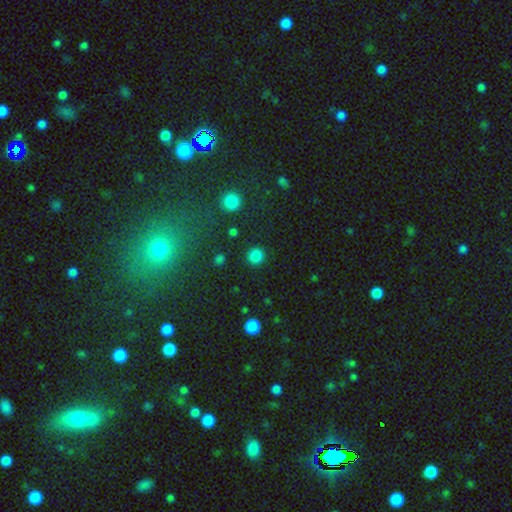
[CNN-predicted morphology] The model was most divided on "smooth or featured": smooth: 82%, star or artifact: 14%, featured or disk: 4%. More confident: how rounded — round (92%); merging — none (89%).